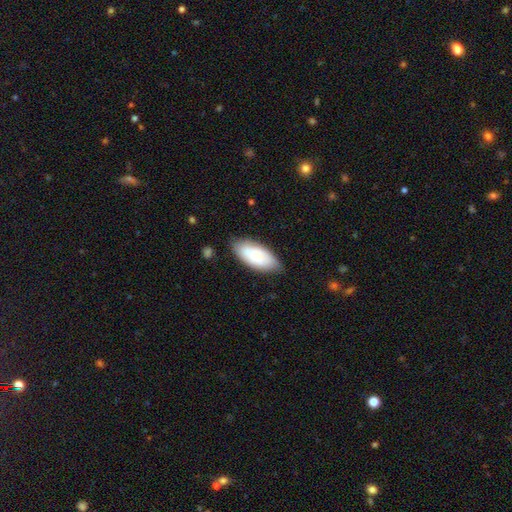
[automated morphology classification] smooth_or_featured: smooth (p=0.68) [alt: featured or disk p=0.26]
how_rounded: in between (p=0.91) [alt: cigar-shaped p=0.07]
merging: none (p=0.74) [alt: minor disturbance p=0.20]